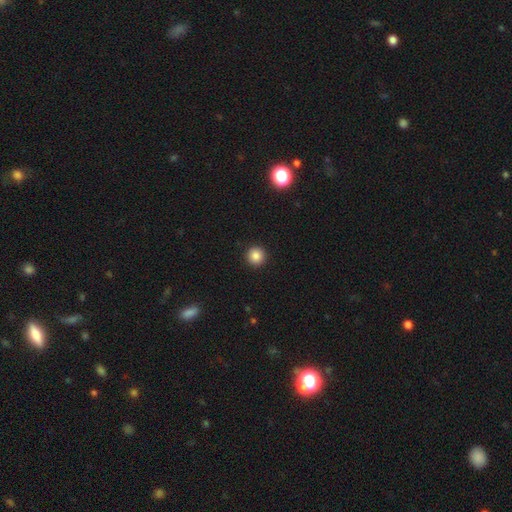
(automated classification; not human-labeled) Overall: smooth (85%). How rounded: round (96%). Merging: none (93%).